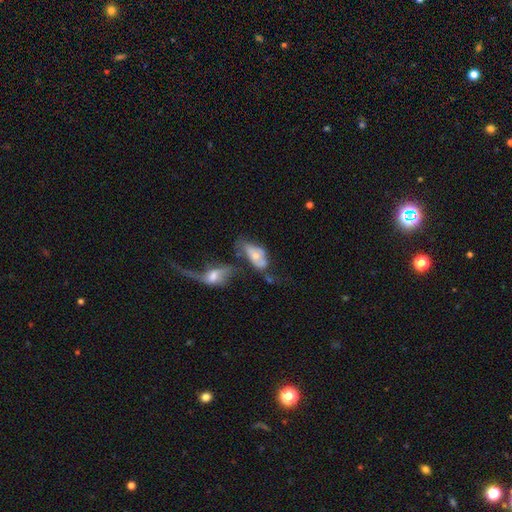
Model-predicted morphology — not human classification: Smooth or featured? Predicted: smooth (p=0.47). Merging? Predicted: merger (p=0.44).